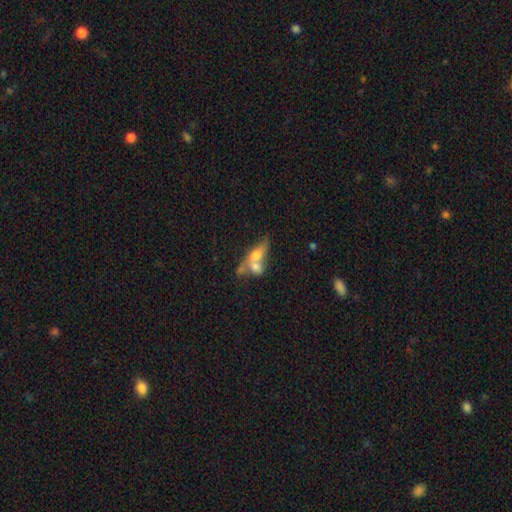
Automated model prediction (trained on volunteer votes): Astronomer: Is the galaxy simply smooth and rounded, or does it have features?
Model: smooth — 53% (runner-up: featured or disk, 38%).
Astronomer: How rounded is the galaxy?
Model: in between — 65%.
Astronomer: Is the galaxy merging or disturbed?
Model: merger — 68%.